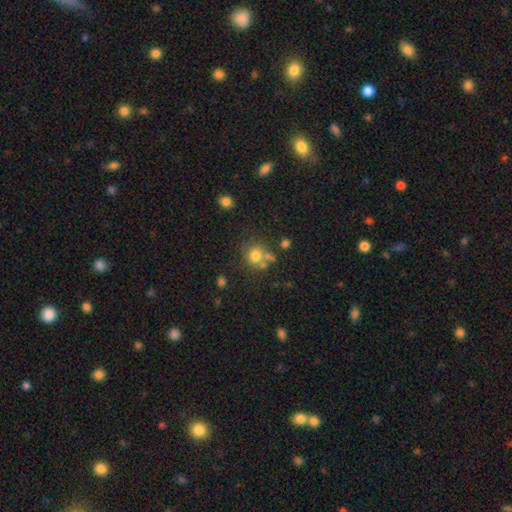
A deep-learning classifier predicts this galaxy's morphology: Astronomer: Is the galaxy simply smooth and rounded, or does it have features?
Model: smooth — 75%.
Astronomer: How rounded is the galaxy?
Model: round — 85%.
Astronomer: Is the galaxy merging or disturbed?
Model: none — 60%.